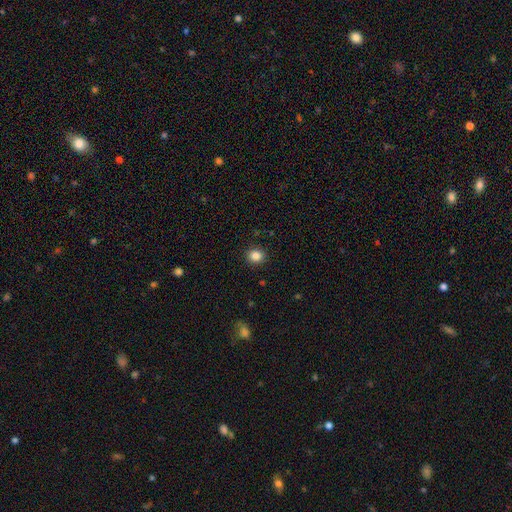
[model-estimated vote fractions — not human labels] Overall: smooth (85%). How rounded: round (84%). Merging: none (91%).